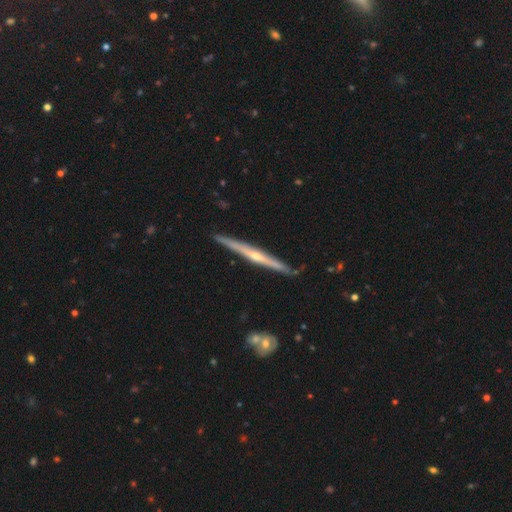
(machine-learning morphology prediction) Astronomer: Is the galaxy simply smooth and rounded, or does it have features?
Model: featured or disk — 79%.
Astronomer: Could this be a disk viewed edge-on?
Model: yes — 97%.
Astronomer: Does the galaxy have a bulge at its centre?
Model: rounded — 71%.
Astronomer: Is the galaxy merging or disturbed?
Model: none — 87%.